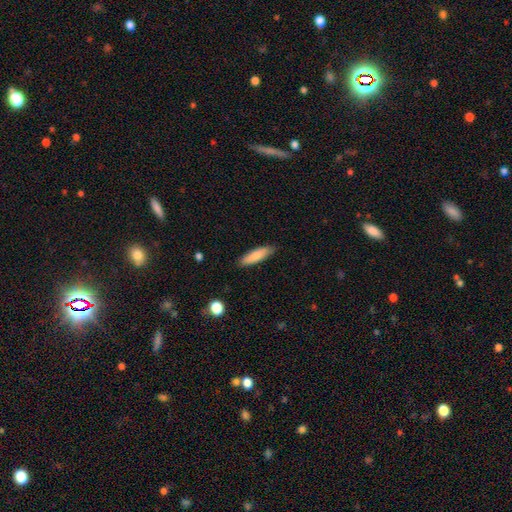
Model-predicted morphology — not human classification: Q: Smooth or featured?
A: smooth (82%); runner-up: featured or disk (12%)
Q: How rounded?
A: cigar-shaped (62%); runner-up: in between (36%)
Q: Merging?
A: none (86%); runner-up: minor disturbance (10%)